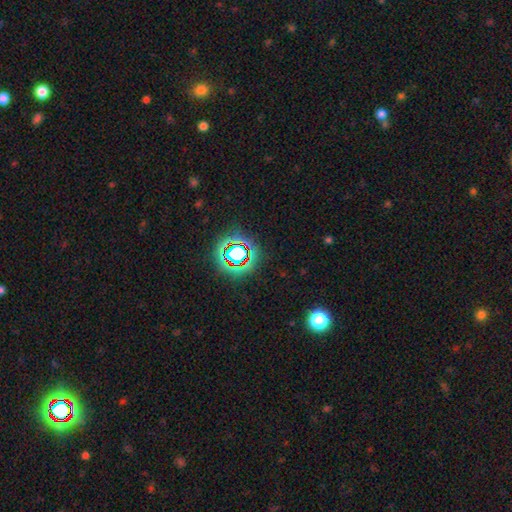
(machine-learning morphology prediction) type=star or artifact (77%).